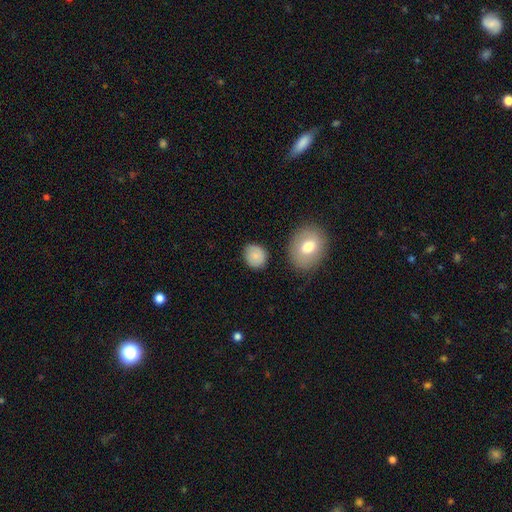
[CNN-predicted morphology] Smooth or featured?
  - smooth: 83% *
  - featured or disk: 9%
  - star or artifact: 8%
How rounded?
  - round: 74% *
  - in between: 25%
  - cigar-shaped: 1%
Merging?
  - none: 80% *
  - minor disturbance: 13%
  - major disturbance: 3%
  - merger: 3%